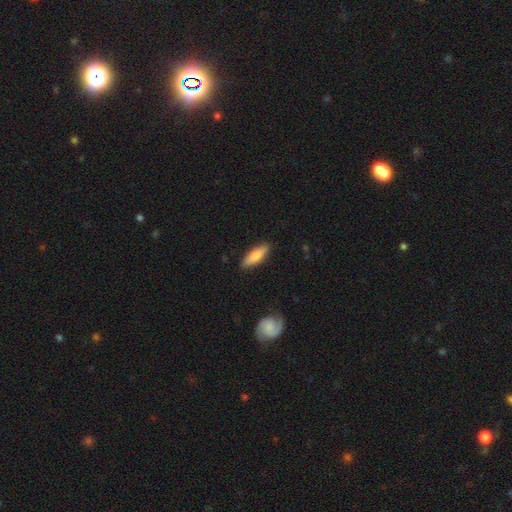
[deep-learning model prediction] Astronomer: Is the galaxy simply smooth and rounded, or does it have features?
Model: smooth — 73%.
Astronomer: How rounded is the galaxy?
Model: in between — 49%, tied with cigar-shaped at 49%.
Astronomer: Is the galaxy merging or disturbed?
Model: none — 86%.